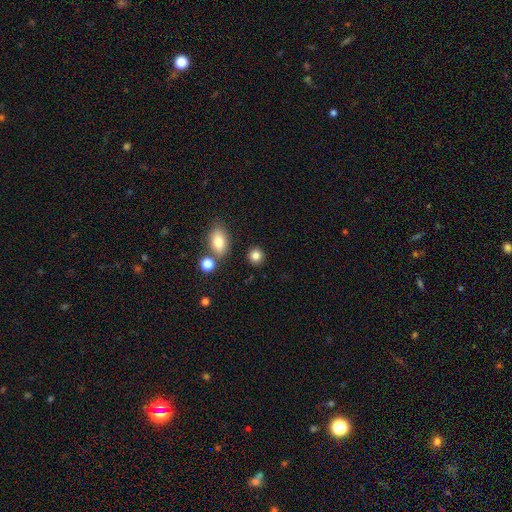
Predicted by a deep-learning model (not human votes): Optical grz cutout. It shows a smooth galaxy with no disk features (84%) that is round (84%). Merging: none (85%).